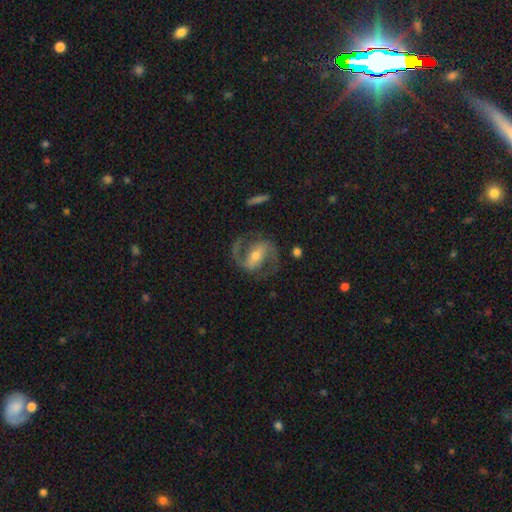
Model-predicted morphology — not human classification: Smooth or featured?
  - featured or disk: 89% *
  - smooth: 6%
  - star or artifact: 5%
Edge-on disk?
  - no: 97% *
  - yes: 3%
Bar?
  - strong: 53% *
  - weak: 32%
  - no: 14%
Spiral arms?
  - yes: 96% *
  - no: 4%
Spiral winding?
  - medium: 61% *
  - loose: 20%
  - tight: 19%
Spiral arm count?
  - 2: 93% *
  - can't tell: 2%
  - 1: 2%
  - 3: 1%
  - 4: 1%
  - more than 4: 1%
Bulge size?
  - moderate: 53% *
  - small: 40%
  - large: 4%
  - none: 2%
  - dominant: 1%
Merging?
  - none: 80% *
  - minor disturbance: 11%
  - major disturbance: 7%
  - merger: 2%